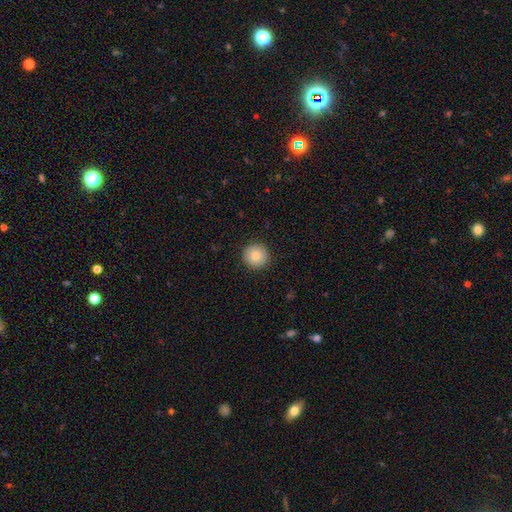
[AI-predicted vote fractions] Morphology: type=smooth (84%); roundness=round (95%); merging=none (92%).